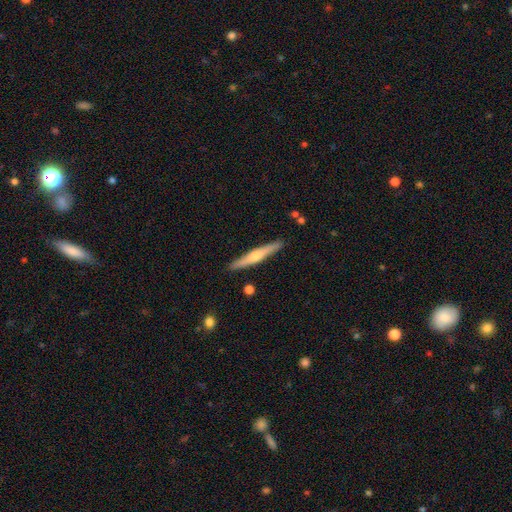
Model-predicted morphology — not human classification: Smooth or featured? Predicted: featured or disk (p=0.53). Edge-on disk? Predicted: yes (p=0.97). Edge-on bulge? Predicted: rounded (p=0.78). Merging? Predicted: none (p=0.90).